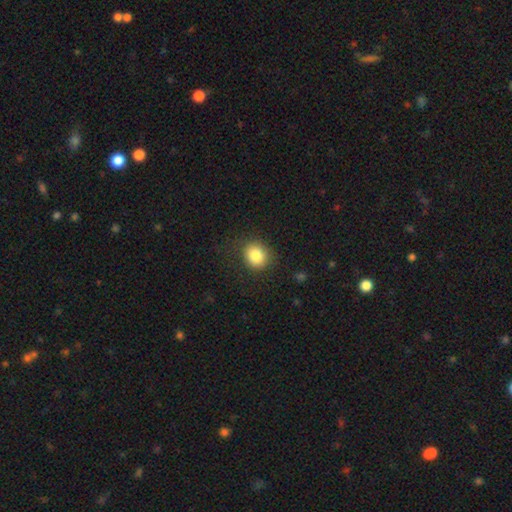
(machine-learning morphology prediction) Smooth or featured: smooth — 84% (star or artifact — 10%)
How rounded: round — 78% (in between — 21%)
Merging: none — 84% (minor disturbance — 11%)